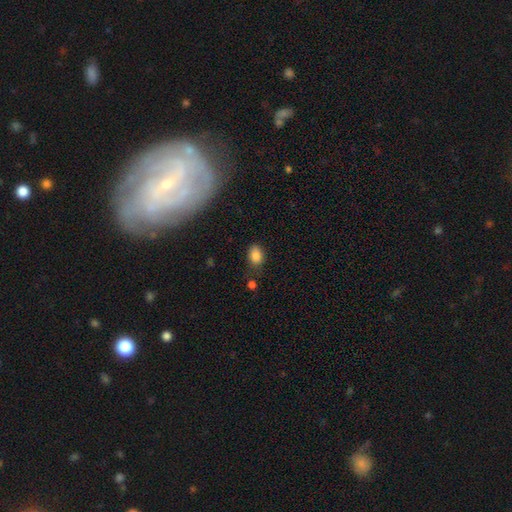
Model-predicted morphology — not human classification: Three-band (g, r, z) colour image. It shows a smooth galaxy with no disk features (85%) that is in between round and cigar-shaped (78%). Merging: none (72%).